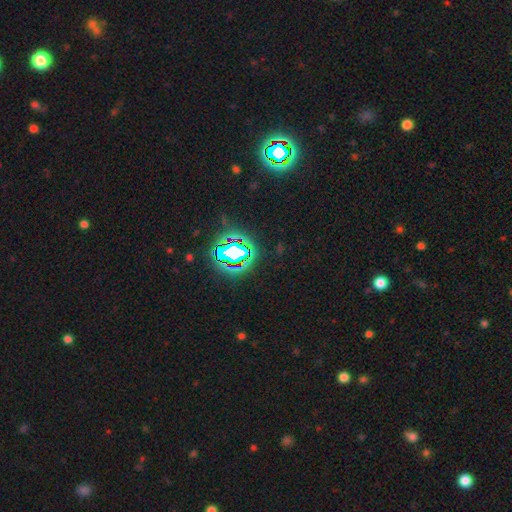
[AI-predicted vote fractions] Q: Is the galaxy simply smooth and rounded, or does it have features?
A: star or artifact — 78%.